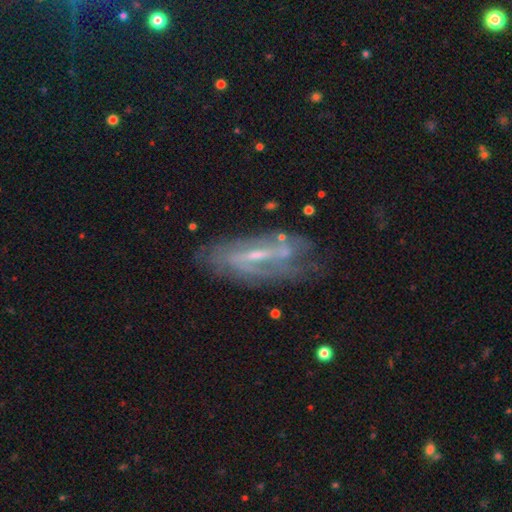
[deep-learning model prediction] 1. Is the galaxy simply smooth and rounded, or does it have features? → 78% featured or disk, 14% smooth, 8% star or artifact.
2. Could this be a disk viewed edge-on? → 80% no, 20% yes.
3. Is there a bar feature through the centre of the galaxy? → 44% strong, 38% weak, 18% no.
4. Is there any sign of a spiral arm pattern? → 79% yes, 21% no.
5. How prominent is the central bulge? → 55% small, 32% moderate, 9% none, 2% large, 1% dominant.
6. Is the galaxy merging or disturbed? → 62% none, 22% minor disturbance, 12% major disturbance, 4% merger.